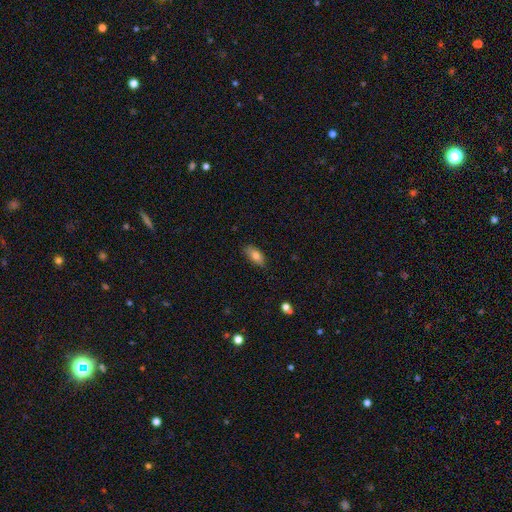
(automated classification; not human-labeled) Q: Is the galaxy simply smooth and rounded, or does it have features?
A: smooth — 79%.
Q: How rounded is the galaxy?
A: in between — 86%.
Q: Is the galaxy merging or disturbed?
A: none — 80%.